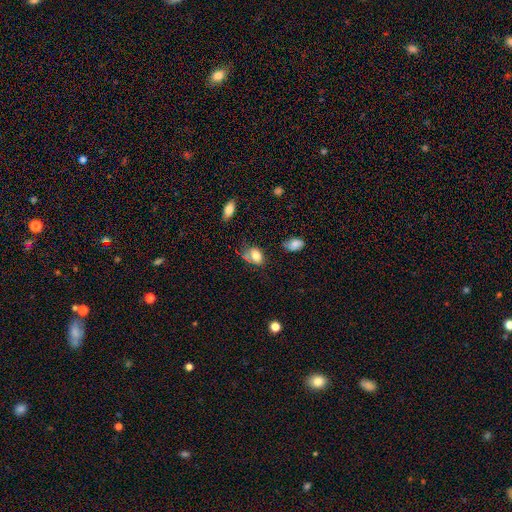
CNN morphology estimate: Smooth or featured? Predicted: smooth (p=0.75). How rounded? Predicted: in between (p=0.72). Merging? Predicted: none (p=0.51).